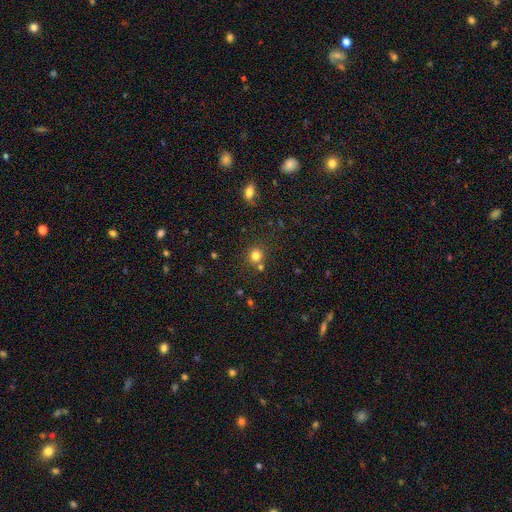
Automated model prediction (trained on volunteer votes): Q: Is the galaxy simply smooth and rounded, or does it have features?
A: smooth — 78%.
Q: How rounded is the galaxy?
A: round — 87%.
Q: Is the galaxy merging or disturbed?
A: none — 71%.